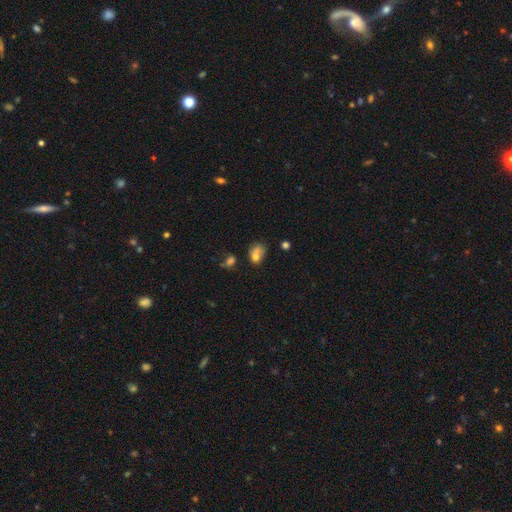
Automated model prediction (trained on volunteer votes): Smooth or featured? smooth (69%)
How rounded? in between (56%)
Merging? merger (35%)